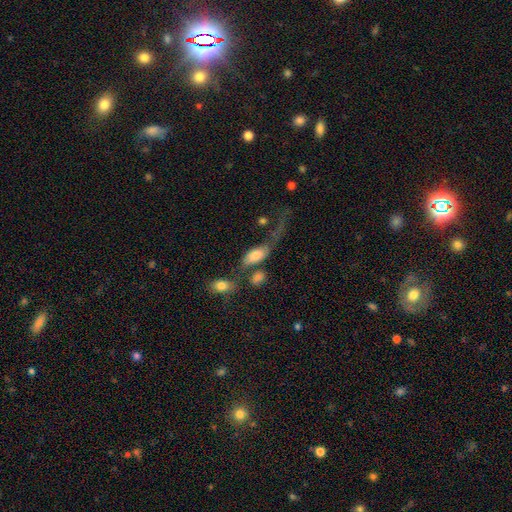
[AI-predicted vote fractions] smooth_or_featured: smooth (p=0.69) [alt: featured or disk p=0.23]
how_rounded: in between (p=0.87) [alt: cigar-shaped p=0.09]
merging: merger (p=0.31) [alt: major disturbance p=0.27]